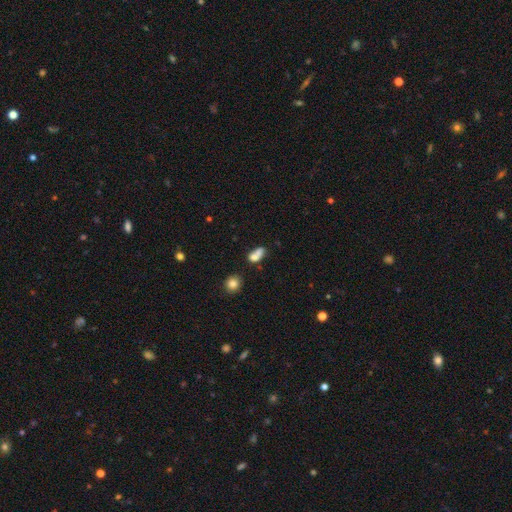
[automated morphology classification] Smooth or featured? Predicted: smooth (p=0.73). How rounded? Predicted: in between (p=0.76). Merging? Predicted: merger (p=0.38).